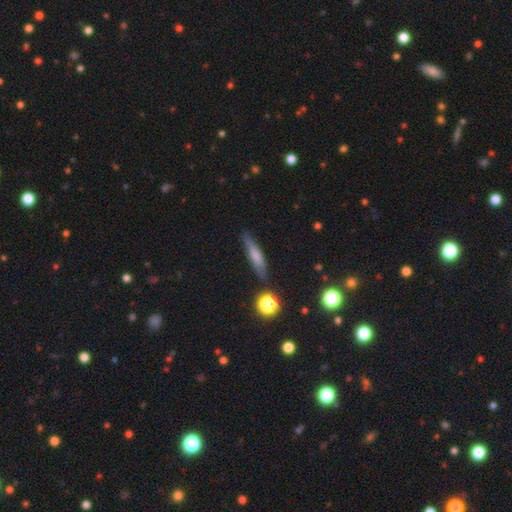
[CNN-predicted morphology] smooth 63%, featured or disk 27%, star or artifact 10%. Down the decision tree: how rounded — cigar-shaped (80%); merging — none (79%).